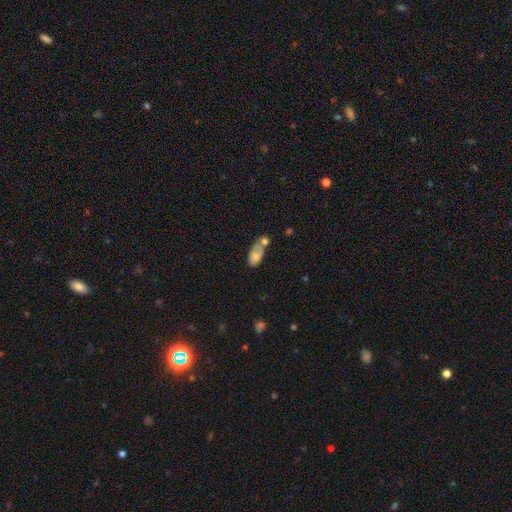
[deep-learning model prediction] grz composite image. It shows a smooth galaxy with no disk features (57%) that is in between round and cigar-shaped (90%). Merging: merger (47%).